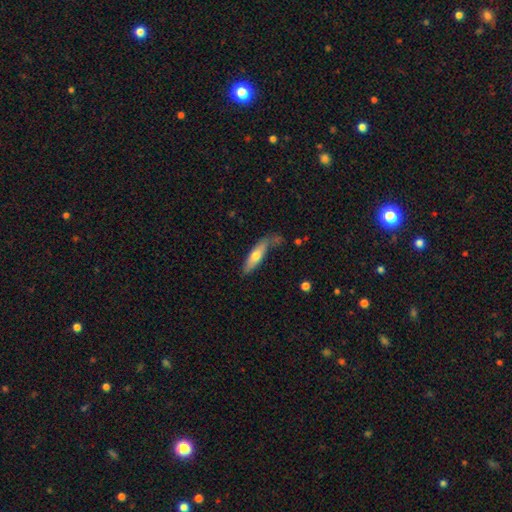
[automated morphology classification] The model was most divided on "merging": none: 57%, minor disturbance: 27%, major disturbance: 10%, merger: 6%. More confident: how rounded — cigar-shaped (65%); smooth or featured — smooth (63%).